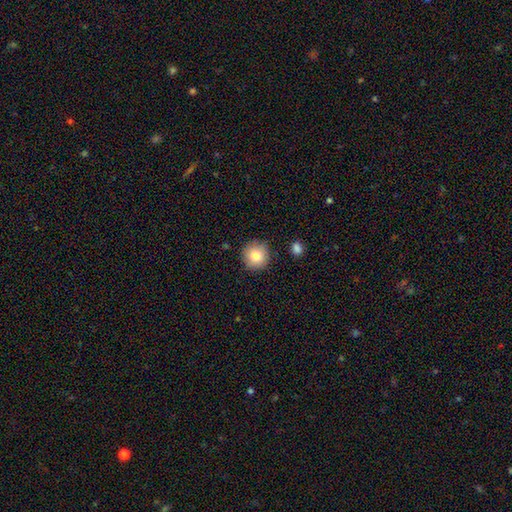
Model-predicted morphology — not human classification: Smooth or featured? Predicted: smooth (p=0.81). How rounded? Predicted: round (p=0.94). Merging? Predicted: none (p=0.86).